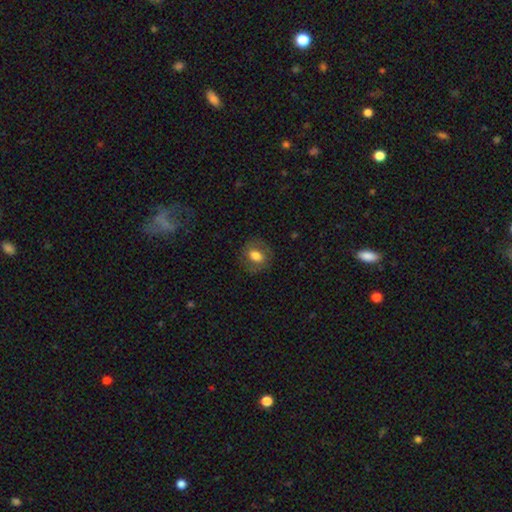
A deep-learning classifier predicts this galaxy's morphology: A smooth galaxy with no disk features (69%) that is round (54%).

Vote fractions:
- Smooth or featured? smooth: 69% / featured or disk: 22% / star or artifact: 8%
- How rounded? round: 54% / in between: 44% / cigar-shaped: 1%
- Merging? none: 81% / minor disturbance: 13% / major disturbance: 6% / merger: 1%